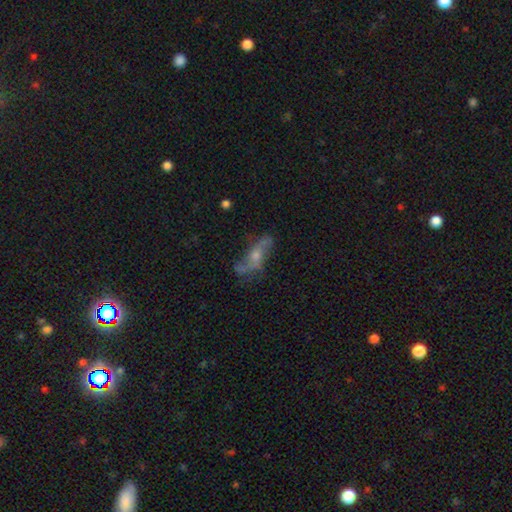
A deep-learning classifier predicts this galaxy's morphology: Q: Smooth or featured?
A: featured or disk (67%); runner-up: smooth (23%)
Q: Edge-on disk?
A: no (71%); runner-up: yes (29%)
Q: Merging?
A: none (62%); runner-up: minor disturbance (22%)